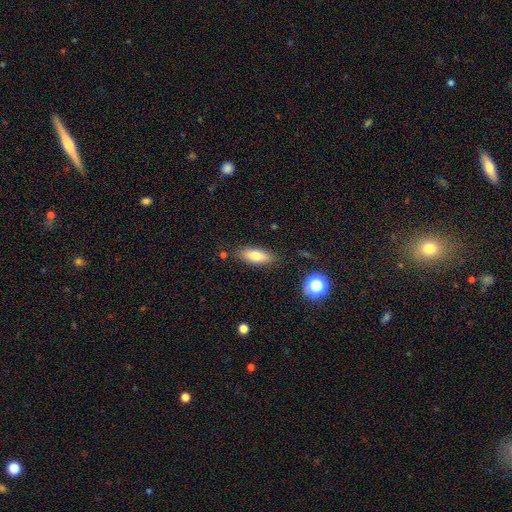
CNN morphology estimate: This appears to be a smooth galaxy with no disk features (75%) that is in between round and cigar-shaped (69%). Merging: none (82%).